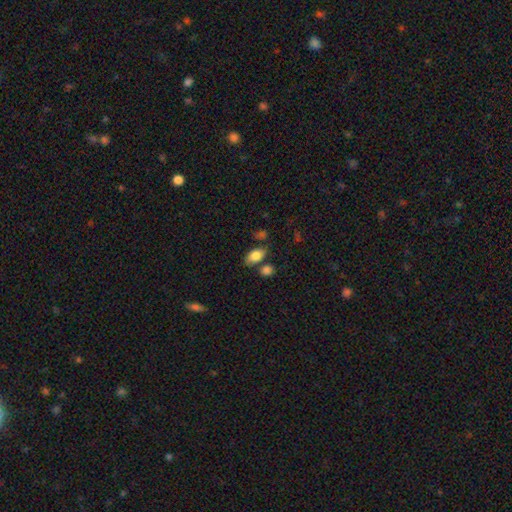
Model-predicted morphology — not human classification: Smooth or featured? Predicted: smooth (p=0.83). How rounded? Predicted: in between (p=0.88). Merging? Predicted: none (p=0.71).